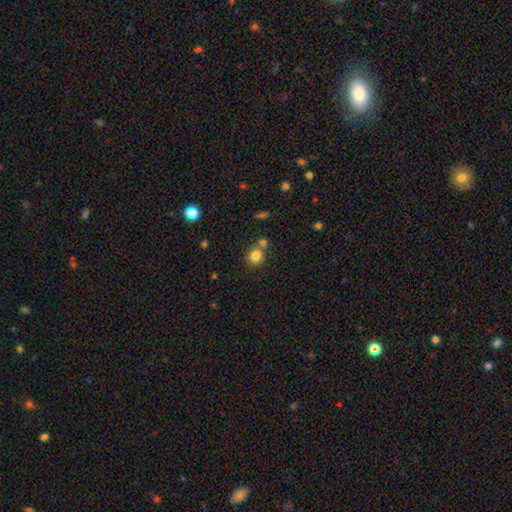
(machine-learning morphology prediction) A smooth galaxy with no disk features (82%) that is round (89%).

Vote fractions:
- Smooth or featured? smooth: 82% / star or artifact: 12% / featured or disk: 6%
- How rounded? round: 89% / in between: 10% / cigar-shaped: 1%
- Merging? none: 68% / merger: 20% / minor disturbance: 9% / major disturbance: 3%